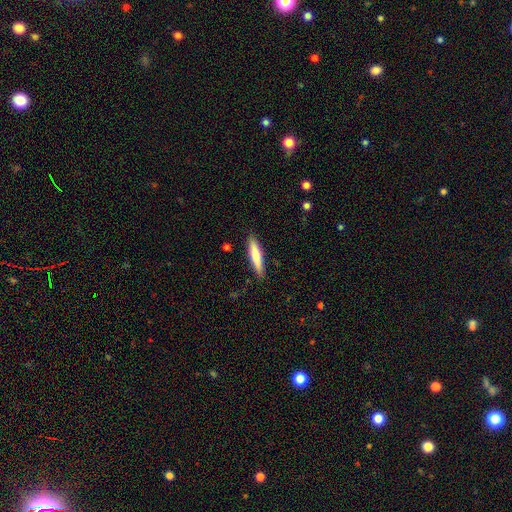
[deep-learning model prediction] smooth 73%, featured or disk 22%, star or artifact 5%. Down the decision tree: how rounded — cigar-shaped (84%); merging — none (87%).